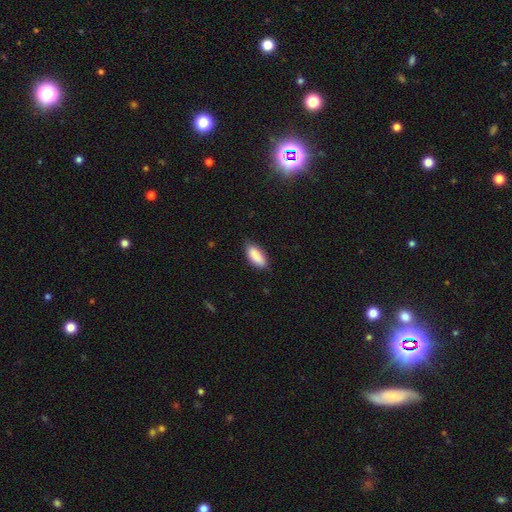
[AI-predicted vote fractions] Q: Smooth or featured?
A: smooth (89%); runner-up: star or artifact (6%)
Q: How rounded?
A: in between (85%); runner-up: cigar-shaped (13%)
Q: Merging?
A: none (82%); runner-up: minor disturbance (15%)